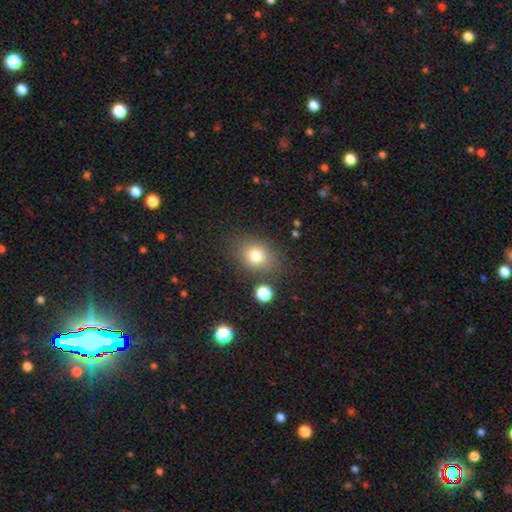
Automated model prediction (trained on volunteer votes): The model was most divided on "how rounded" (2-way tie): in between: 49%, round: 49%, cigar-shaped: 1%. More confident: merging — none (79%); smooth or featured — smooth (78%).